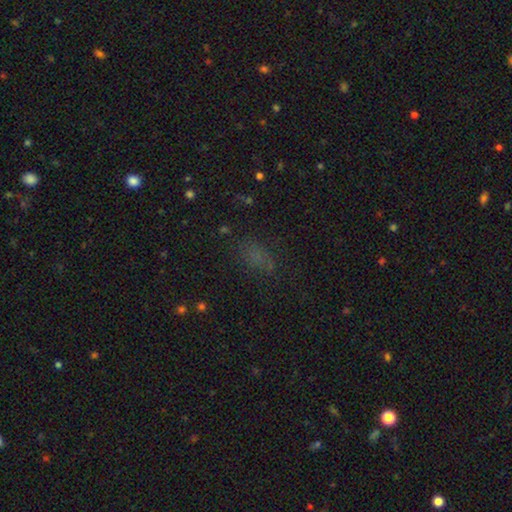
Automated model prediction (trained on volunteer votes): Smooth or featured? Predicted: smooth (p=0.63). How rounded? Predicted: in between (p=0.81). Merging? Predicted: none (p=0.67).